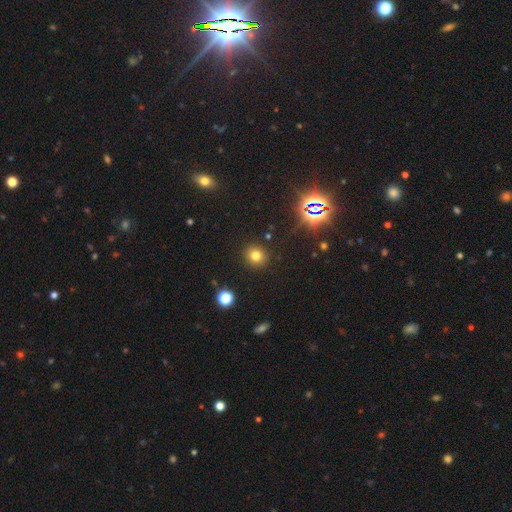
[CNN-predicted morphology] A smooth galaxy with no disk features (74%) that is round (87%).

Vote fractions:
- Smooth or featured? smooth: 74% / star or artifact: 19% / featured or disk: 7%
- How rounded? round: 87% / in between: 12% / cigar-shaped: 1%
- Merging? none: 89% / minor disturbance: 6% / major disturbance: 2% / merger: 2%